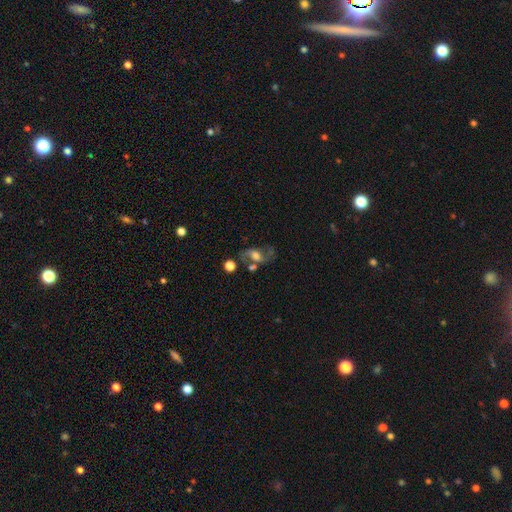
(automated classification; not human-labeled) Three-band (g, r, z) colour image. It shows a featured or disk galaxy (62%) with no bar (45%), spiral arms (81%) and a moderate central bulge (47%). Merging: none (51%).